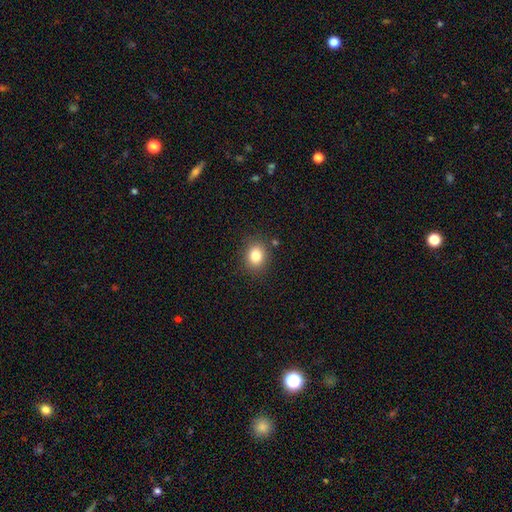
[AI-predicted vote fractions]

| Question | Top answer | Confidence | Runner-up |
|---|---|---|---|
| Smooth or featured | smooth | 82% | star or artifact (11%) |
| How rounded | round | 61% | in between (39%) |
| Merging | none | 86% | minor disturbance (9%) |